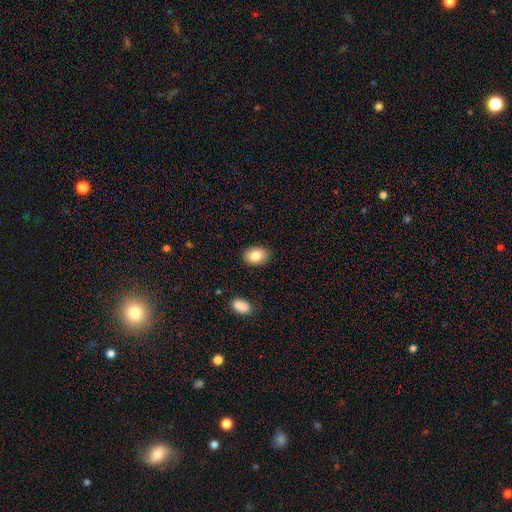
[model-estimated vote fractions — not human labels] Morphology: type=smooth (83%); roundness=in between (77%); merging=none (88%).